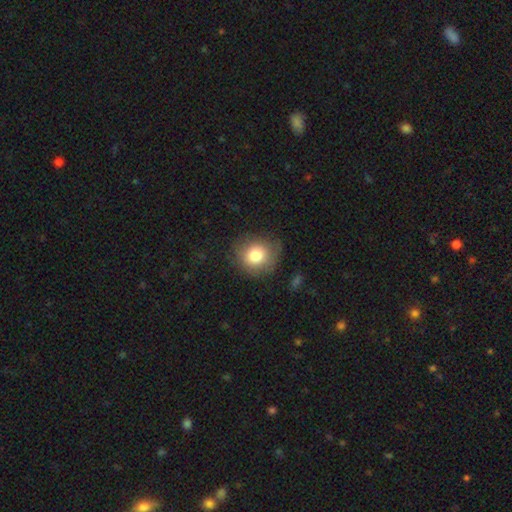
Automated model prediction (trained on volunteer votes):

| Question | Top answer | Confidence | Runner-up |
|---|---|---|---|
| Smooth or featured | smooth | 80% | featured or disk (11%) |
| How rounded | round | 86% | in between (13%) |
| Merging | none | 77% | minor disturbance (16%) |